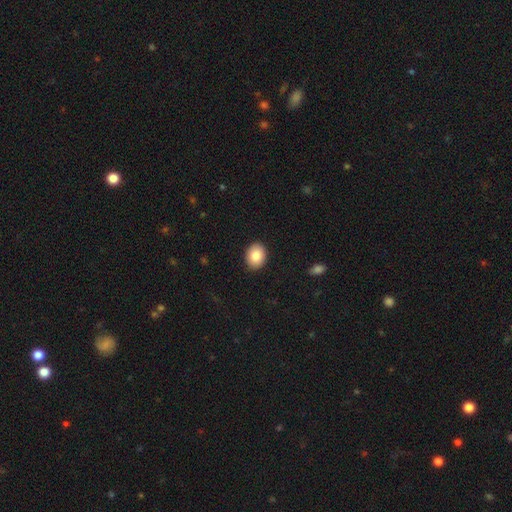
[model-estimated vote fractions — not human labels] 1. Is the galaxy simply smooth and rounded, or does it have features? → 85% smooth, 8% star or artifact, 7% featured or disk.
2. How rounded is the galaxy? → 54% in between, 45% round, 1% cigar-shaped.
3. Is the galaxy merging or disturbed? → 91% none, 7% minor disturbance, 2% major disturbance, 1% merger.